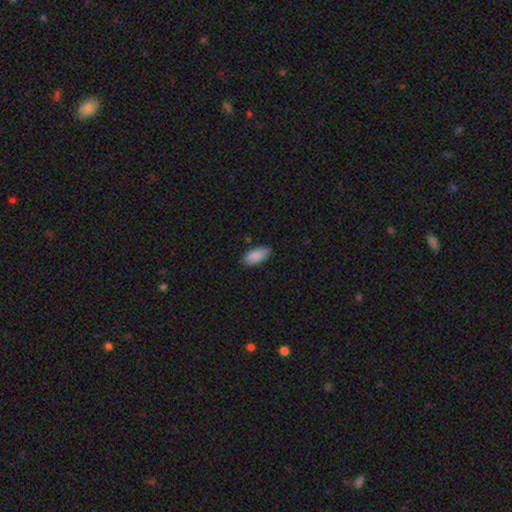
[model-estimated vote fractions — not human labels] Overall: smooth (89%). How rounded: in between (91%). Merging: none (84%).